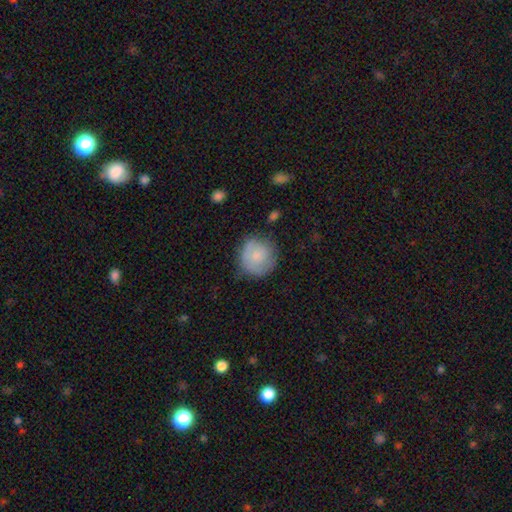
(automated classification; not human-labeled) smooth-or-featured: smooth: 65% | featured or disk: 28% | star or artifact: 7%
  how-rounded: round: 88% | in between: 11% | cigar-shaped: 1%
  merging: none: 69% | minor disturbance: 21% | major disturbance: 8% | merger: 2%